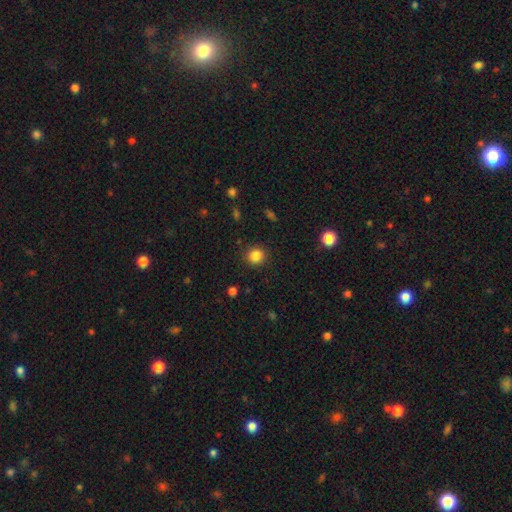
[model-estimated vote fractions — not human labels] Smooth or featured? Predicted: smooth (p=0.84). How rounded? Predicted: round (p=0.90). Merging? Predicted: none (p=0.91).